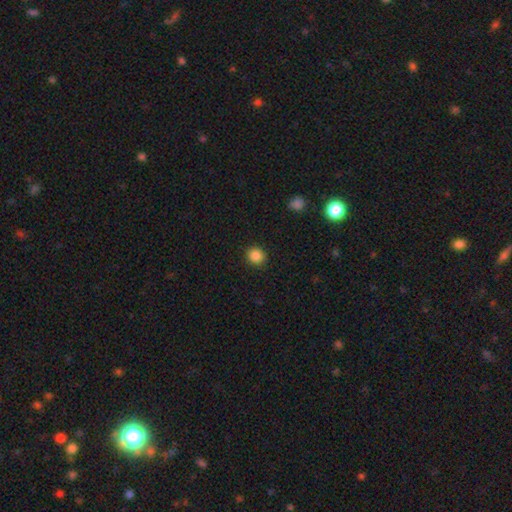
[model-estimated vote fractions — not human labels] Smooth or featured? Predicted: smooth (p=0.86). How rounded? Predicted: round (p=0.85). Merging? Predicted: none (p=0.90).